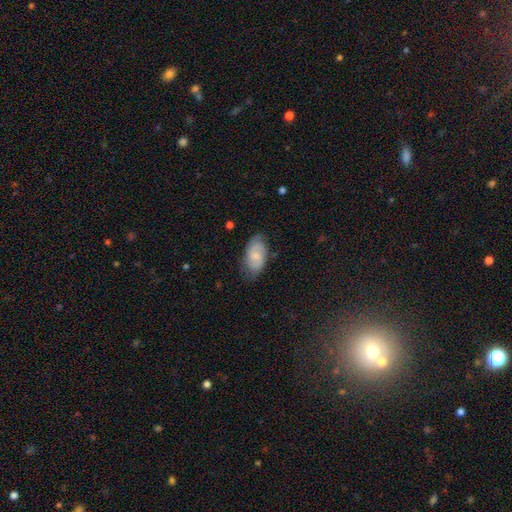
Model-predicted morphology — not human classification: Q: Smooth or featured?
A: featured or disk (48%); runner-up: smooth (44%)
Q: Merging?
A: none (69%); runner-up: minor disturbance (23%)